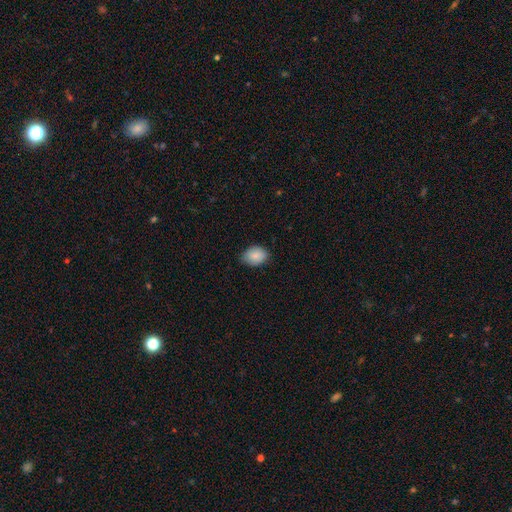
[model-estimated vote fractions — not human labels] smooth-or-featured: smooth: 88% | star or artifact: 7% | featured or disk: 5%
  how-rounded: in between: 75% | round: 24% | cigar-shaped: 1%
  merging: none: 77% | minor disturbance: 20% | major disturbance: 3% | merger: 1%